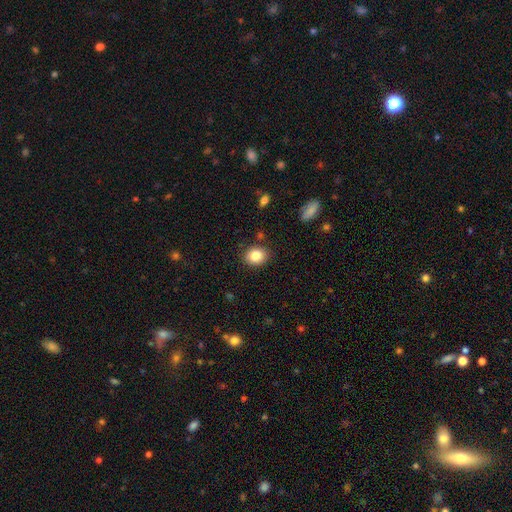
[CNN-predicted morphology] A smooth galaxy with no disk features (84%) that is round (57%). Merging: none (86%).